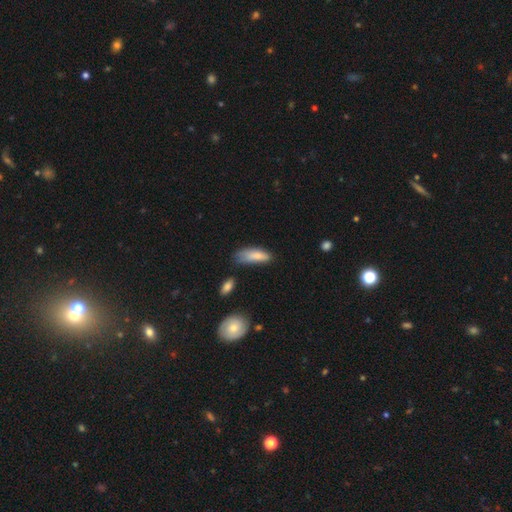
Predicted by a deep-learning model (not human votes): A smooth galaxy with no disk features (79%) that is in between round and cigar-shaped (65%).

Vote fractions:
- Smooth or featured? smooth: 79% / featured or disk: 14% / star or artifact: 7%
- How rounded? in between: 65% / cigar-shaped: 33% / round: 2%
- Merging? none: 43% / minor disturbance: 38% / major disturbance: 15% / merger: 5%